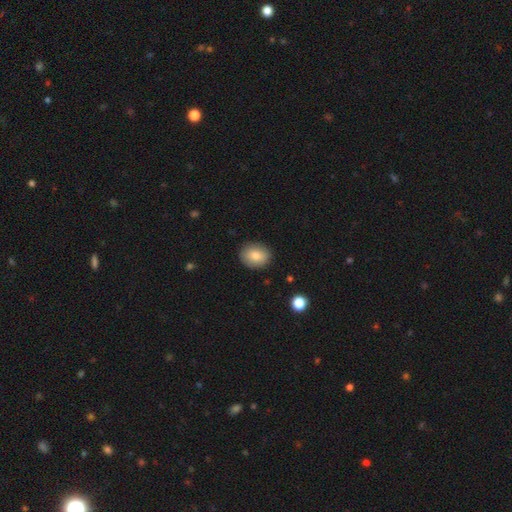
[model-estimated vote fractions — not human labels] Smooth or featured? Predicted: smooth (p=0.83). How rounded? Predicted: in between (p=0.51). Merging? Predicted: none (p=0.87).